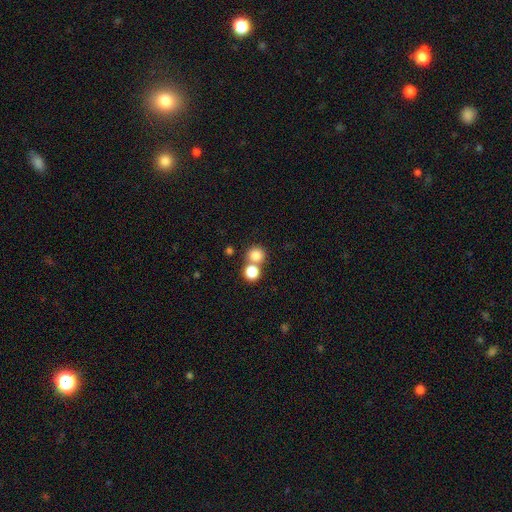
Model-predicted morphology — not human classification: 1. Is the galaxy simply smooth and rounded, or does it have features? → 81% smooth, 12% star or artifact, 7% featured or disk.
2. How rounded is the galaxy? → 88% round, 11% in between, 1% cigar-shaped.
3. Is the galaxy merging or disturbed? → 53% none, 38% merger, 6% minor disturbance, 3% major disturbance.